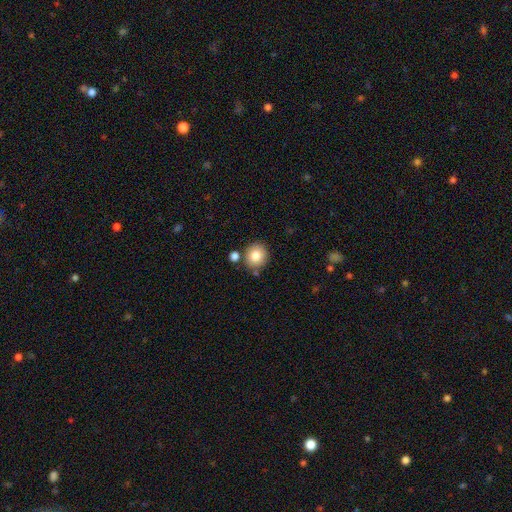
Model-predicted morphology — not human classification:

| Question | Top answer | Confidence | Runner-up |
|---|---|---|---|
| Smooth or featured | smooth | 81% | featured or disk (10%) |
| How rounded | round | 88% | in between (11%) |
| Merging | none | 79% | minor disturbance (10%) |